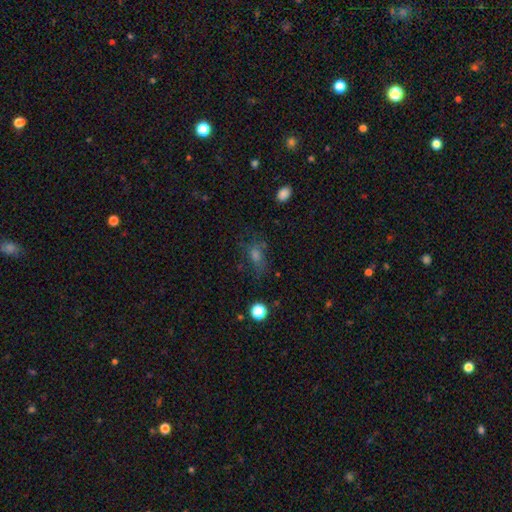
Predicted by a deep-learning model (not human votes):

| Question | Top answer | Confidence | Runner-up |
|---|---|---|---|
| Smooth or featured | smooth | 49% | star or artifact (27%) |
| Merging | none | 55% | minor disturbance (21%) |